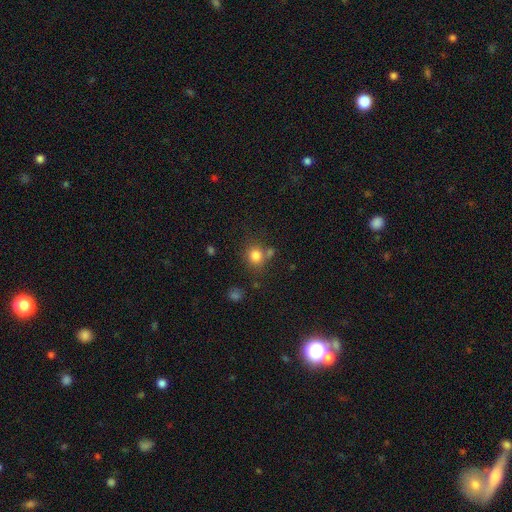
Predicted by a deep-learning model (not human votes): Smooth or featured: smooth — 81% (star or artifact — 12%)
How rounded: round — 81% (in between — 18%)
Merging: none — 67% (merger — 16%)